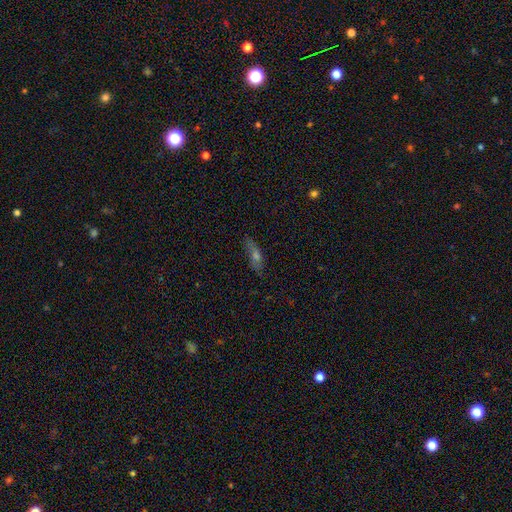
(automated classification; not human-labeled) Smooth or featured?
  - featured or disk: 46% *
  - smooth: 40%
  - star or artifact: 14%
Merging?
  - none: 77% *
  - minor disturbance: 17%
  - major disturbance: 5%
  - merger: 2%